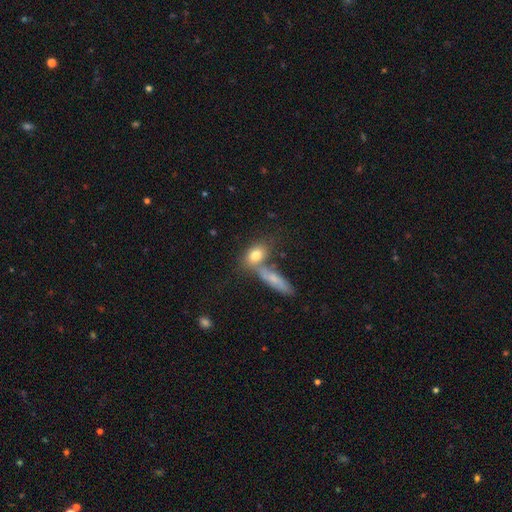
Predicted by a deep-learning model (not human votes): Smooth or featured?
  - smooth: 77% *
  - featured or disk: 14%
  - star or artifact: 9%
How rounded?
  - in between: 64% *
  - round: 24%
  - cigar-shaped: 12%
Merging?
  - none: 52% *
  - merger: 31%
  - minor disturbance: 12%
  - major disturbance: 5%